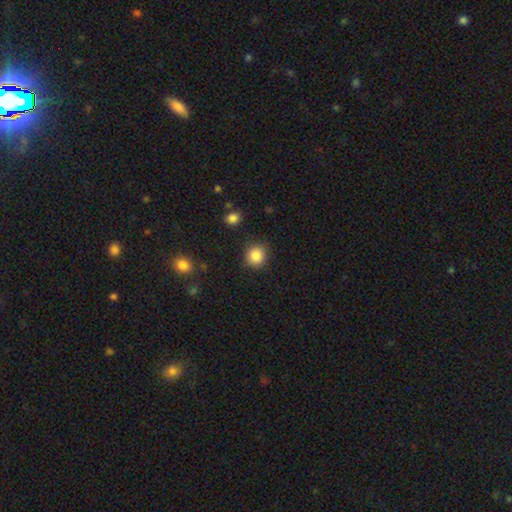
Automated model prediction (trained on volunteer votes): Smooth or featured?
  - smooth: 86% *
  - star or artifact: 10%
  - featured or disk: 4%
How rounded?
  - round: 90% *
  - in between: 9%
  - cigar-shaped: 1%
Merging?
  - none: 87% *
  - minor disturbance: 9%
  - major disturbance: 3%
  - merger: 2%